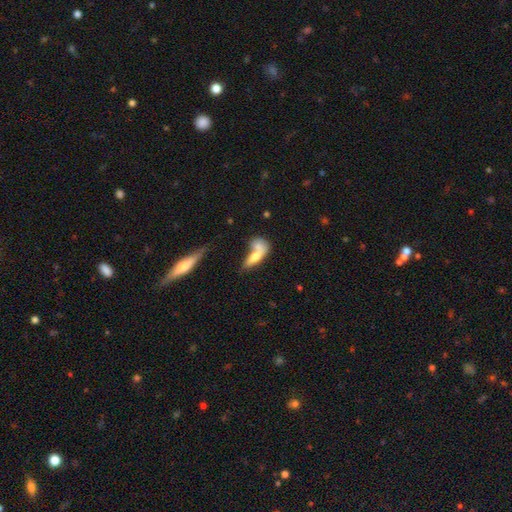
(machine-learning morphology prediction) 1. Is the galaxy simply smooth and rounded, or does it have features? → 65% smooth, 27% featured or disk, 9% star or artifact.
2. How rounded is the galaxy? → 62% in between, 31% cigar-shaped, 7% round.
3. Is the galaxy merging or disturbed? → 55% merger, 24% none, 12% minor disturbance, 10% major disturbance.